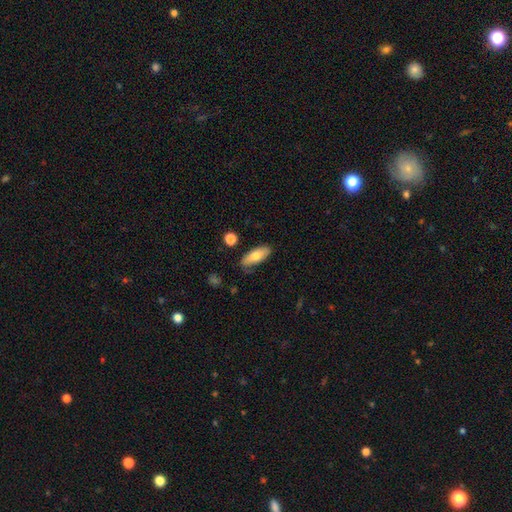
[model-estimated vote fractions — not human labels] smooth-or-featured: smooth: 71% | featured or disk: 23% | star or artifact: 7%
  how-rounded: in between: 78% | cigar-shaped: 20% | round: 3%
  merging: none: 74% | minor disturbance: 19% | major disturbance: 4% | merger: 2%